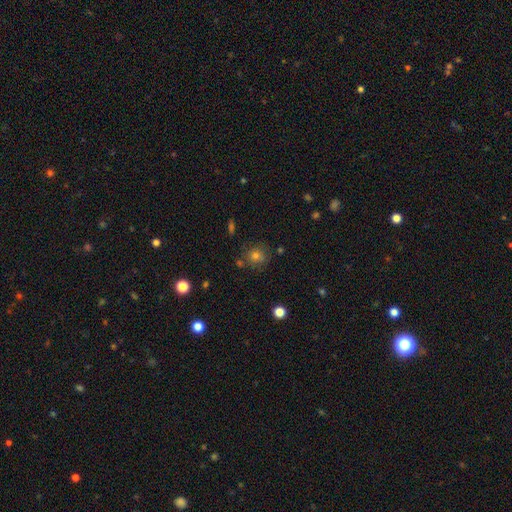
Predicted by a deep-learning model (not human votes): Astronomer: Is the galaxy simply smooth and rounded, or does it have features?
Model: smooth — 70%.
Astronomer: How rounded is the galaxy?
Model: round — 85%.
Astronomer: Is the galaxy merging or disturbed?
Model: none — 77%.